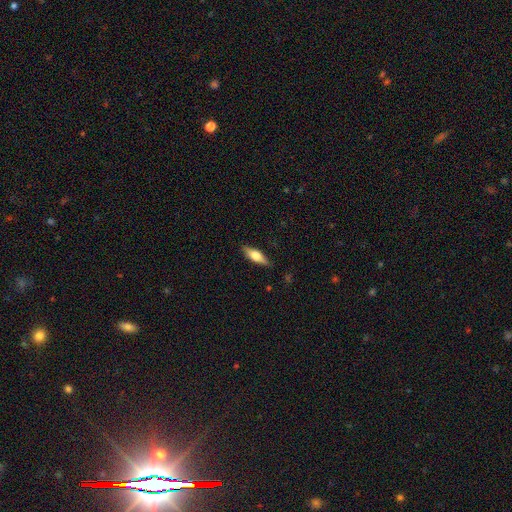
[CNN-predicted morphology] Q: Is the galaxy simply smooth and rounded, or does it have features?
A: smooth — 48%.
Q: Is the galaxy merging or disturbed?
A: none — 87%.